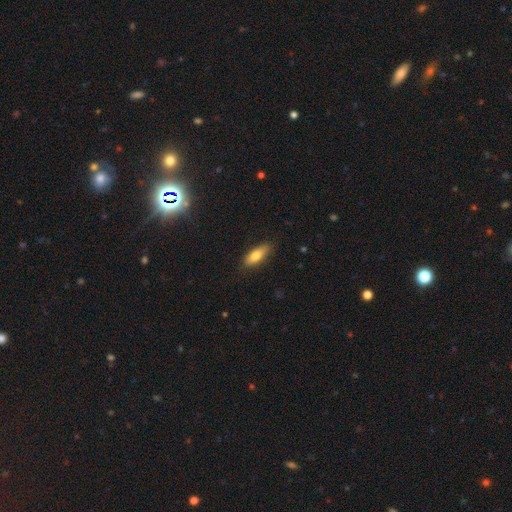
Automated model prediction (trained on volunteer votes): Q: Smooth or featured?
A: smooth (77%); runner-up: featured or disk (16%)
Q: How rounded?
A: in between (67%); runner-up: cigar-shaped (30%)
Q: Merging?
A: none (83%); runner-up: minor disturbance (13%)